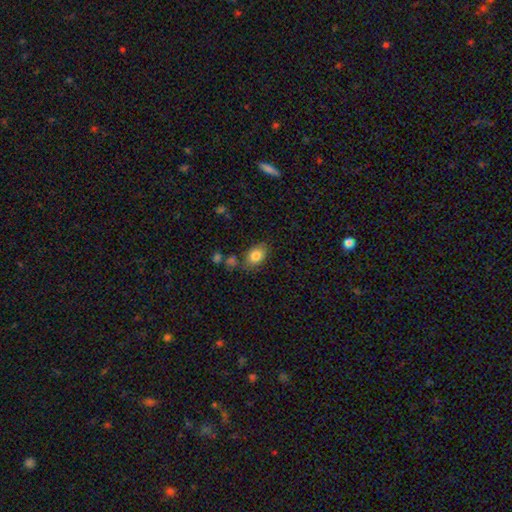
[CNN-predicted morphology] smooth_or_featured: smooth (p=0.84) [alt: featured or disk p=0.08]
how_rounded: in between (p=0.82) [alt: round p=0.17]
merging: none (p=0.74) [alt: minor disturbance p=0.16]